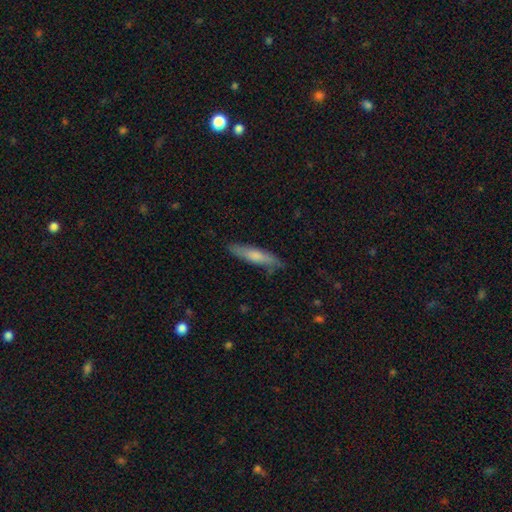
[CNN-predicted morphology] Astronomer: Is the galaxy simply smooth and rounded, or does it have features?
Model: smooth — 68%.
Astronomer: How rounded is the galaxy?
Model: cigar-shaped — 83%.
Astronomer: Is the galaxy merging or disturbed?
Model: none — 83%.